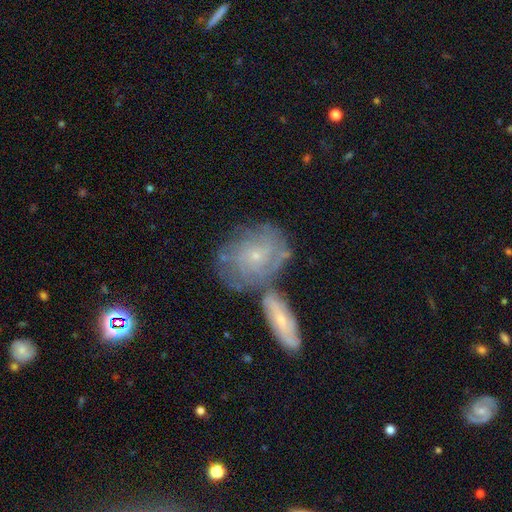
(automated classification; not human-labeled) Smooth or featured: featured or disk — 70% (smooth — 22%)
Edge-on disk: no — 95% (yes — 5%)
Bar: no — 80% (weak — 17%)
Spiral arms: yes — 81% (no — 19%)
Spiral winding: tight — 66% (medium — 25%)
Spiral arm count: can't tell — 55% (4 — 11%)
Bulge size: small — 84% (moderate — 12%)
Merging: none — 46% (merger — 29%)